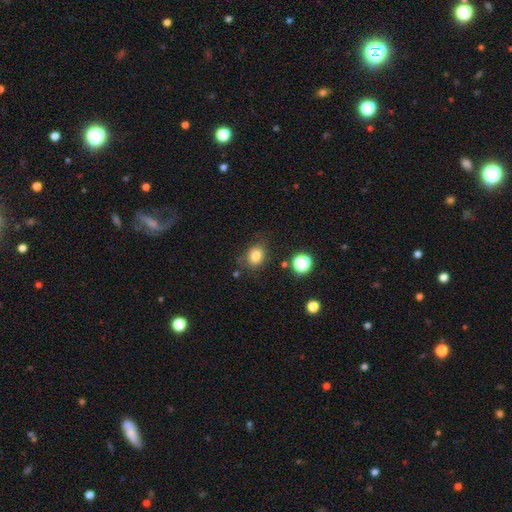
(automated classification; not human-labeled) Overall: smooth (81%). How rounded: round (51%; in between 48%). Merging: none (74%).